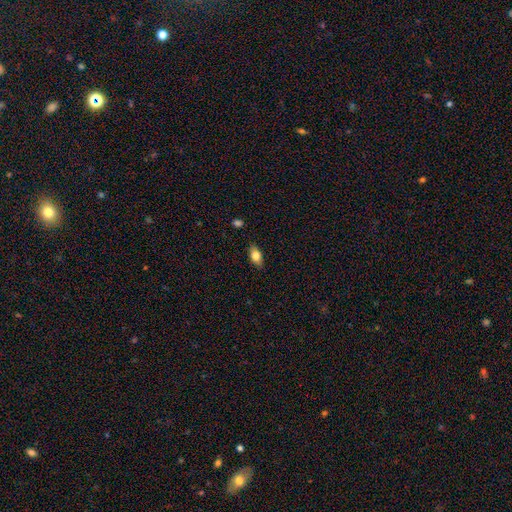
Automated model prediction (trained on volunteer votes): smooth 78%, featured or disk 14%, star or artifact 8%. Down the decision tree: how rounded — in between (86%); merging — none (85%).